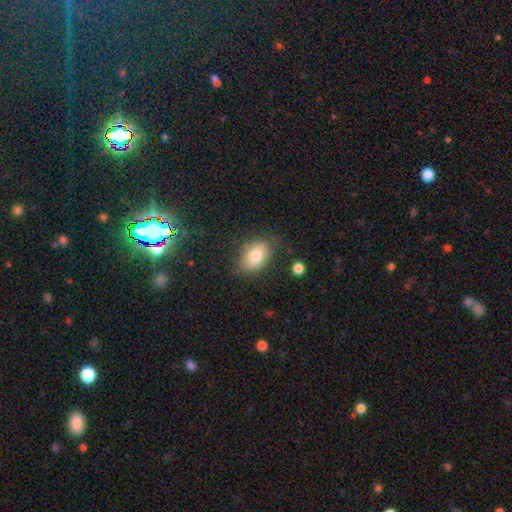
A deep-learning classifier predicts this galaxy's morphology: Smooth or featured? smooth (78%)
How rounded? in between (83%)
Merging? none (75%)